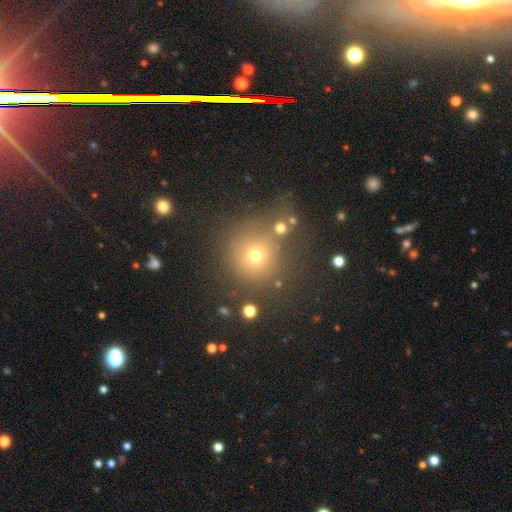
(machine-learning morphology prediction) Smooth or featured: smooth — 65% (star or artifact — 24%)
How rounded: round — 92% (in between — 7%)
Merging: none — 67% (minor disturbance — 12%)